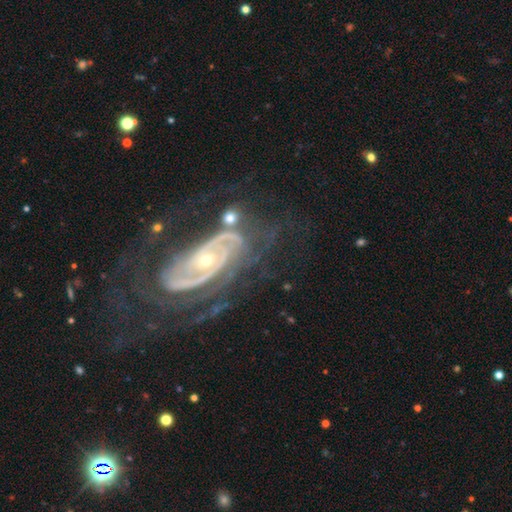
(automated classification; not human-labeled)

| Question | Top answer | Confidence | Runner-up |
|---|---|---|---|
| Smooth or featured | featured or disk | 87% | star or artifact (7%) |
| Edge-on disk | no | 93% | yes (7%) |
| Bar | no | 56% | weak (26%) |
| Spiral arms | yes | 94% | no (6%) |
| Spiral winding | tight | 57% | medium (33%) |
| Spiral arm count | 2 | 49% | can't tell (24%) |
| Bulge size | small | 70% | moderate (26%) |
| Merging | none | 61% | minor disturbance (19%) |